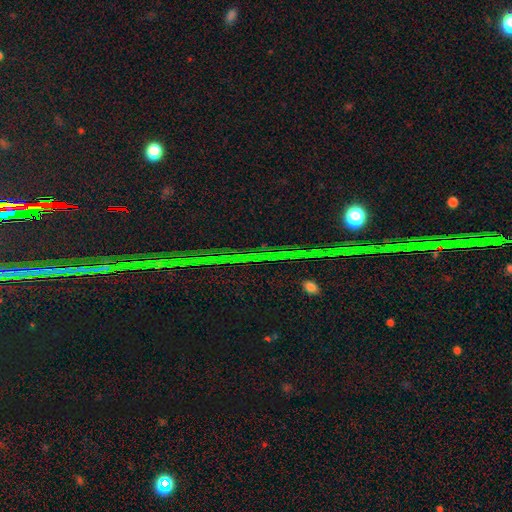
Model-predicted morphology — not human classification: Overall: star or artifact (85%).